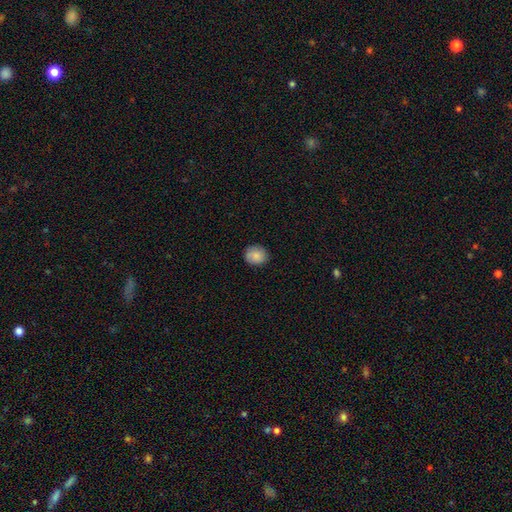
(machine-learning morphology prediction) Smooth or featured? smooth (84%)
How rounded? round (79%)
Merging? none (85%)